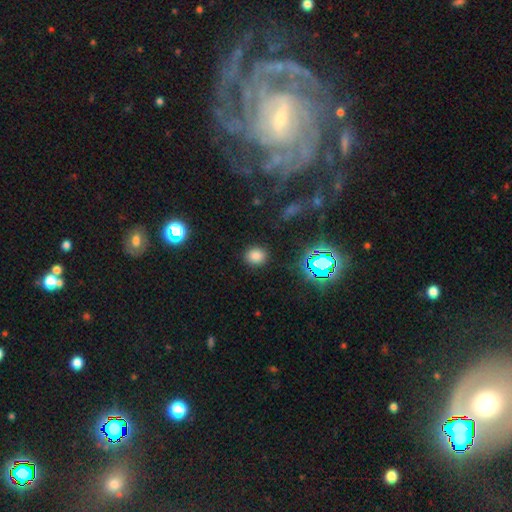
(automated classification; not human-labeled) A smooth galaxy with no disk features (76%) that is round (69%).

Vote fractions:
- Smooth or featured? smooth: 76% / star or artifact: 19% / featured or disk: 6%
- How rounded? round: 69% / in between: 30% / cigar-shaped: 1%
- Merging? none: 88% / minor disturbance: 8% / major disturbance: 3% / merger: 1%